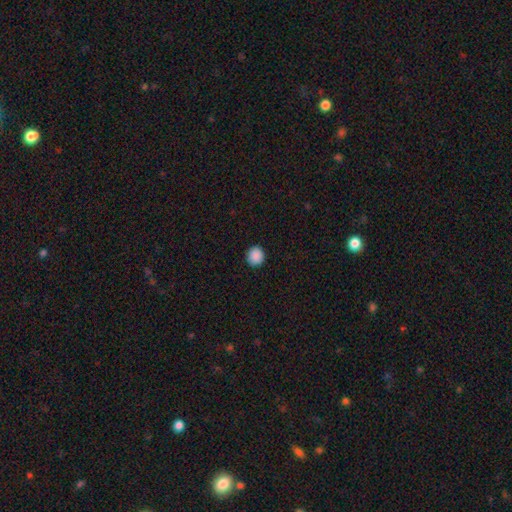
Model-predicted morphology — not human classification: A smooth galaxy with no disk features (89%) that is round (90%). Merging: none (92%).